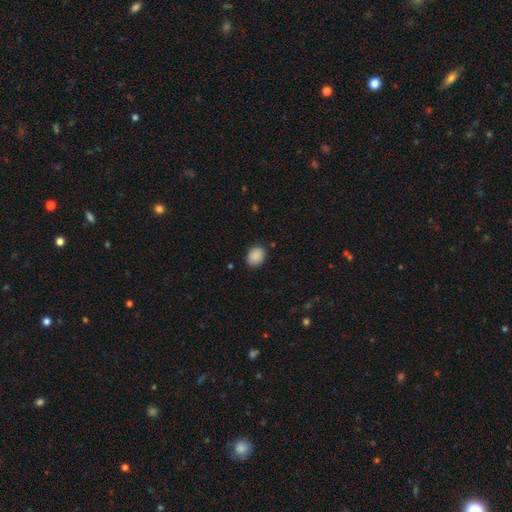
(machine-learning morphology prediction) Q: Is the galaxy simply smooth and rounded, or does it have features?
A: smooth — 89%.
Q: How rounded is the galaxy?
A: round — 52%.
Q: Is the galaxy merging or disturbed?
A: none — 84%.